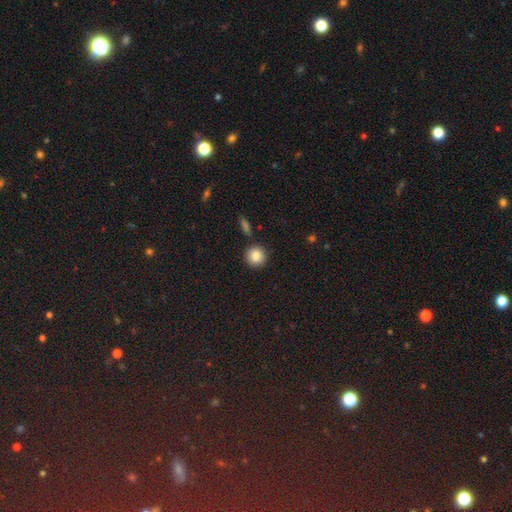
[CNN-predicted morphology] Smooth or featured? Predicted: smooth (p=0.86). How rounded? Predicted: round (p=0.93). Merging? Predicted: none (p=0.87).